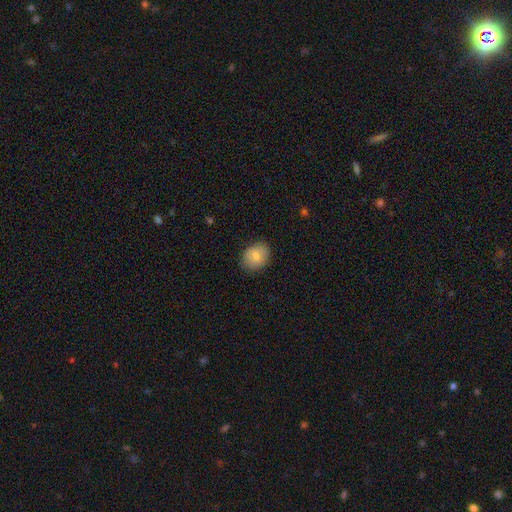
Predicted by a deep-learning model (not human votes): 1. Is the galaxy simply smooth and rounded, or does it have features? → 83% smooth, 9% featured or disk, 7% star or artifact.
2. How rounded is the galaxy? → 55% in between, 44% round, 1% cigar-shaped.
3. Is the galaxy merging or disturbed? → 85% none, 12% minor disturbance, 3% major disturbance, 1% merger.